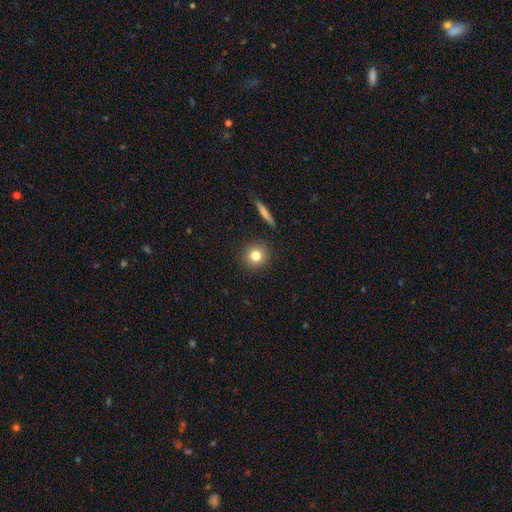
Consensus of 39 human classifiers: Q: Smooth or featured?
A: smooth (85%); runner-up: featured or disk (10%)
Q: How rounded?
A: round (97%); runner-up: in between (3%)
Q: Merging?
A: none (84%); runner-up: minor disturbance (11%)